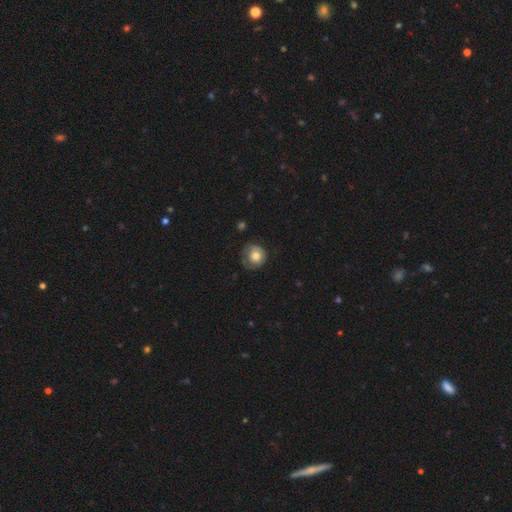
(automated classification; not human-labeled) smooth-or-featured: smooth: 72% | featured or disk: 20% | star or artifact: 8%
  how-rounded: round: 85% | in between: 14% | cigar-shaped: 1%
  merging: none: 56% | minor disturbance: 29% | major disturbance: 13% | merger: 2%